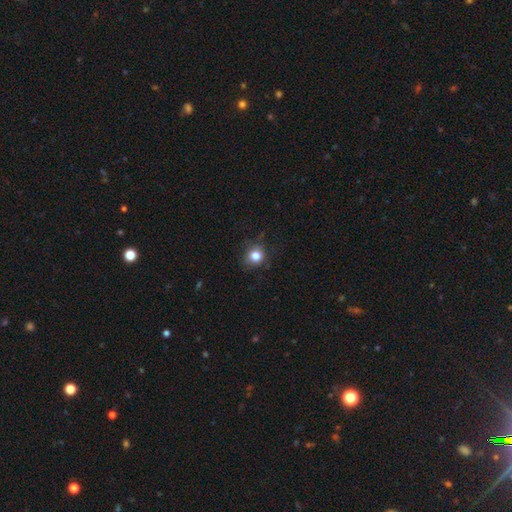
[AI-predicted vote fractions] smooth_or_featured: smooth (p=0.79) [alt: star or artifact p=0.13]
how_rounded: round (p=0.85) [alt: in between p=0.14]
merging: none (p=0.82) [alt: minor disturbance p=0.13]